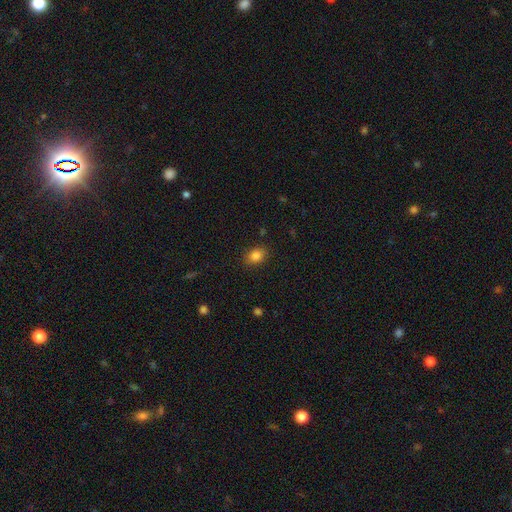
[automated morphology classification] Overall: smooth (84%). How rounded: in between (66%; round 33%). Merging: none (86%).